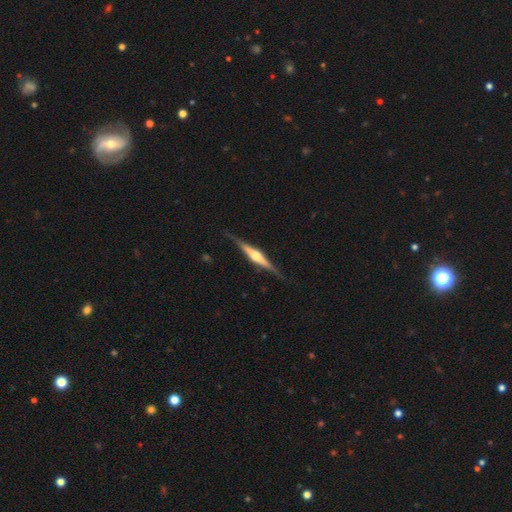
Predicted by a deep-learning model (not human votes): A featured or disk galaxy (79%) viewed edge-on (98%) with a rounded central bulge (85%). Merging: none (86%).